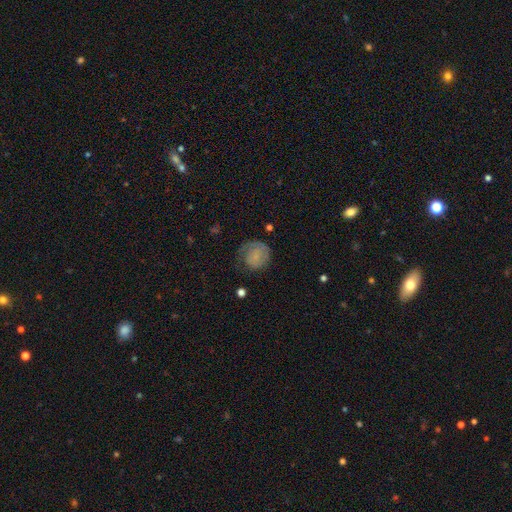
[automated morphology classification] A smooth galaxy with no disk features (50%) that is round (79%).

Vote fractions:
- Smooth or featured? smooth: 50% / featured or disk: 41% / star or artifact: 9%
- How rounded? round: 79% / in between: 19% / cigar-shaped: 1%
- Merging? none: 55% / minor disturbance: 24% / major disturbance: 20% / merger: 2%